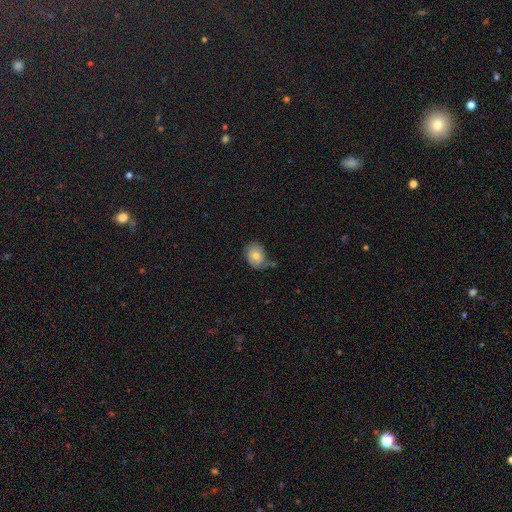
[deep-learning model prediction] A smooth galaxy with no disk features (64%) that is in between round and cigar-shaped (57%).

Vote fractions:
- Smooth or featured? smooth: 64% / featured or disk: 27% / star or artifact: 9%
- How rounded? in between: 57% / round: 42% / cigar-shaped: 1%
- Merging? none: 56% / minor disturbance: 25% / major disturbance: 10% / merger: 9%